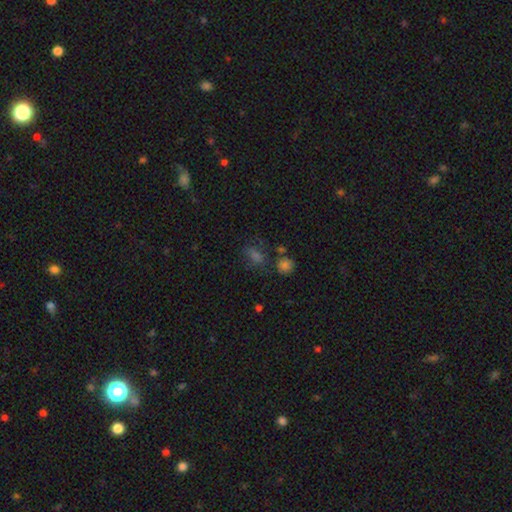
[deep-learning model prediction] A smooth galaxy with no disk features (48%).

Vote fractions:
- Smooth or featured? smooth: 48% / star or artifact: 39% / featured or disk: 13%
- Merging? none: 63% / minor disturbance: 16% / merger: 11% / major disturbance: 10%